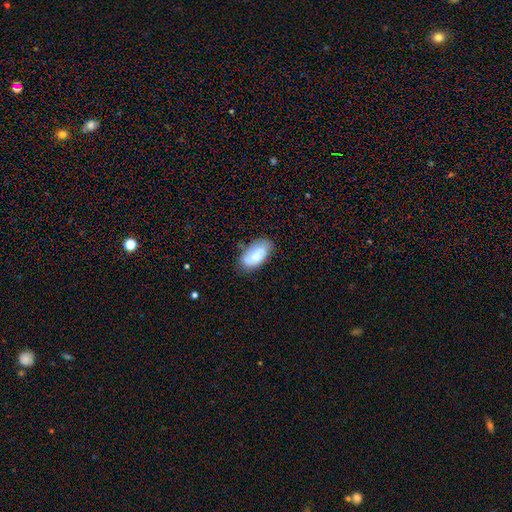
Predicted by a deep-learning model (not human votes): Smooth or featured?
  - smooth: 69% *
  - featured or disk: 24%
  - star or artifact: 7%
How rounded?
  - in between: 94% *
  - round: 3%
  - cigar-shaped: 3%
Merging?
  - none: 73% *
  - minor disturbance: 21%
  - major disturbance: 5%
  - merger: 2%